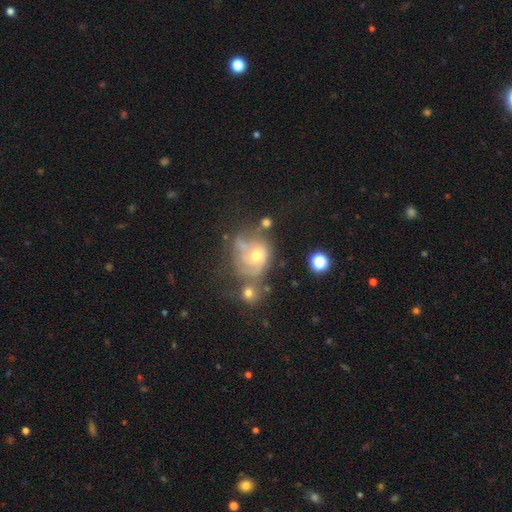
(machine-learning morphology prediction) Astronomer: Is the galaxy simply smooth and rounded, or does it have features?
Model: featured or disk — 60%.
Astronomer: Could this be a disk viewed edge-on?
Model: no — 97%.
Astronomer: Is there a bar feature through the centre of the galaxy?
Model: no — 77%.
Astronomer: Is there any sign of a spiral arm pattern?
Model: yes — 72%.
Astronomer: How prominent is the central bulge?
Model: moderate — 70%.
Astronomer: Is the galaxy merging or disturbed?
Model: none — 36% (runner-up: major disturbance, 23%).